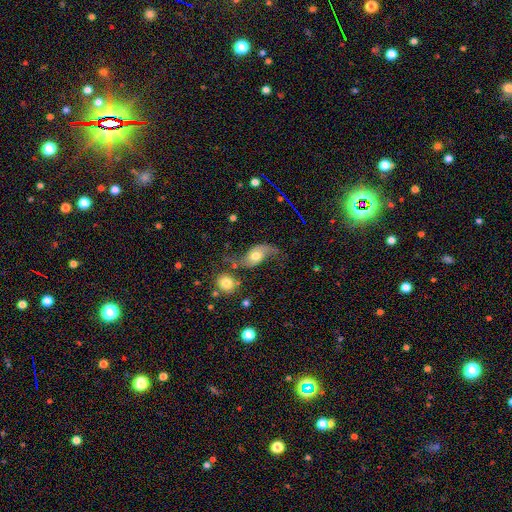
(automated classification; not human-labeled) A featured or disk galaxy (64%) with no bar (65%), 2 (90%) loose (87%) spiral arms (88%) and a moderate central bulge (64%). Merging: none (49%).